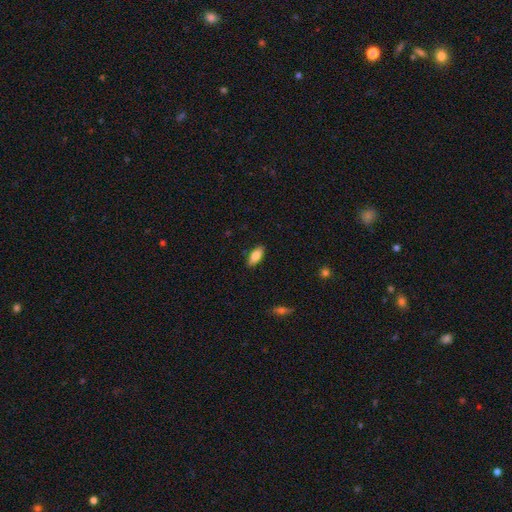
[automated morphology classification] Smooth or featured? smooth (81%)
How rounded? in between (83%)
Merging? none (87%)